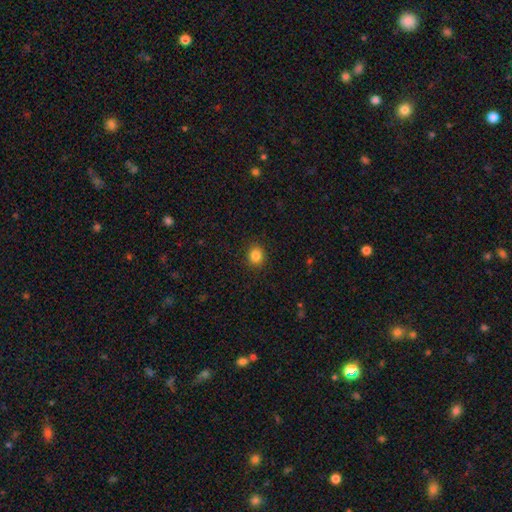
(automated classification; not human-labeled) Overall: smooth (85%). How rounded: round (83%). Merging: none (91%).